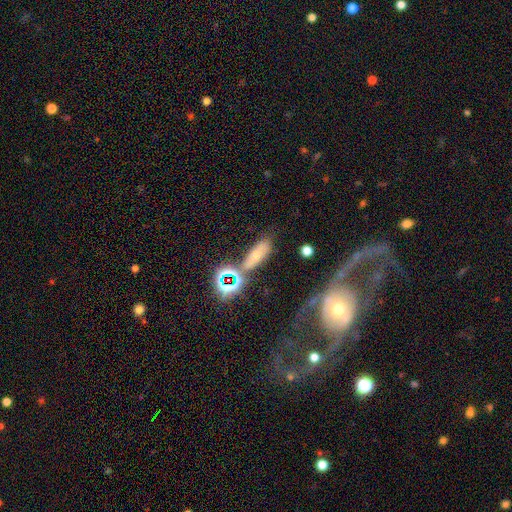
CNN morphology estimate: Smooth or featured: smooth — 53% (star or artifact — 24%)
How rounded: in between — 70% (cigar-shaped — 22%)
Merging: none — 53% (merger — 19%)